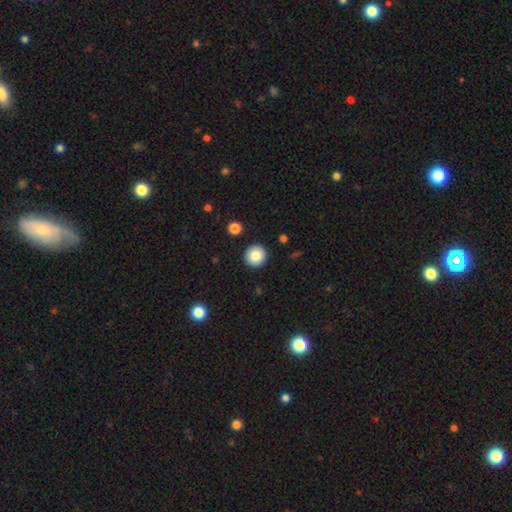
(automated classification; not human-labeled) smooth 84%, star or artifact 9%, featured or disk 7%. Down the decision tree: how rounded — round (93%); merging — none (92%).